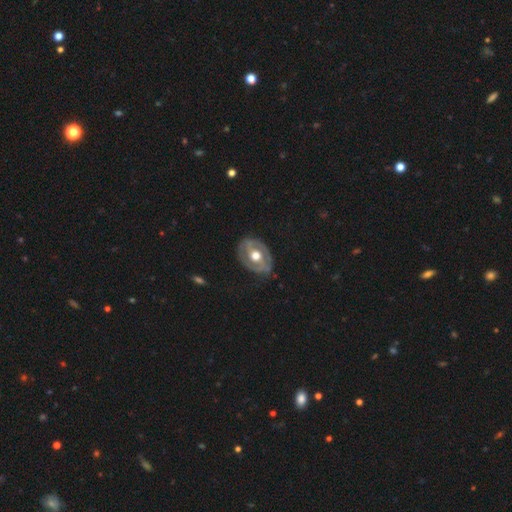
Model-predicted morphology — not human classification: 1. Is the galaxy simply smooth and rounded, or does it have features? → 69% featured or disk, 26% smooth, 5% star or artifact.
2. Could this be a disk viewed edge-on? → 95% no, 5% yes.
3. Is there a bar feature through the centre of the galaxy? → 64% no, 25% weak, 11% strong.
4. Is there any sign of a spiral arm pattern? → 54% no, 46% yes.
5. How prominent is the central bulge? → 68% moderate, 26% large, 4% small, 1% dominant, 1% none.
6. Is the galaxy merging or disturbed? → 74% none, 19% minor disturbance, 6% major disturbance, 1% merger.